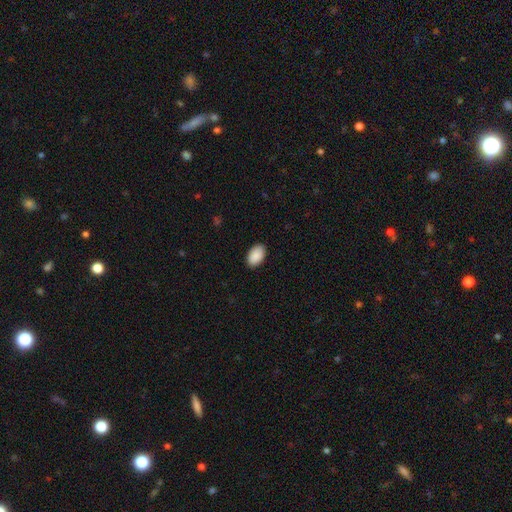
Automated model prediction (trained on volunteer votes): This is clearly a smooth galaxy (91%). How rounded: clearly in between (93%). Merging: clearly none (89%).